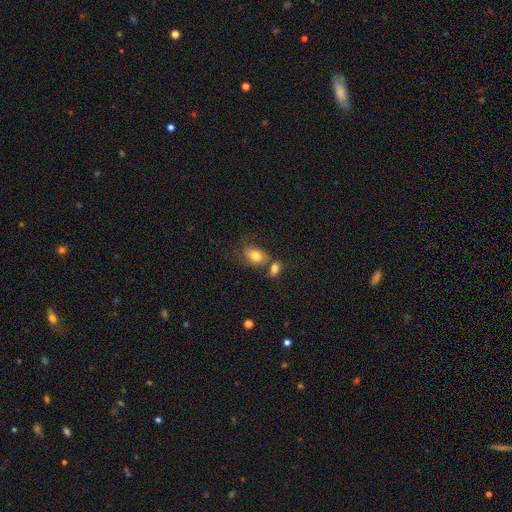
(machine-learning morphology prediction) A smooth galaxy with no disk features (78%) that is in between round and cigar-shaped (69%). Merging: none (41%).